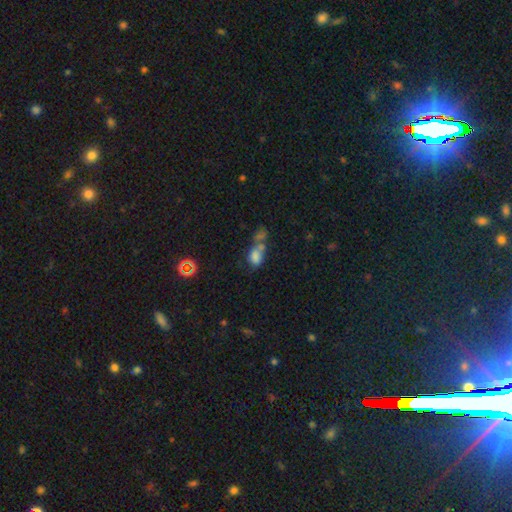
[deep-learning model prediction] Smooth or featured: smooth — 70% (featured or disk — 15%)
How rounded: in between — 77% (round — 20%)
Merging: merger — 60% (none — 19%)